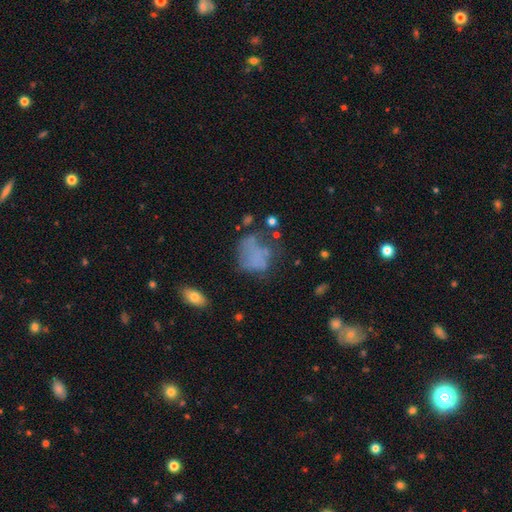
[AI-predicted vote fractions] smooth_or_featured: smooth (p=0.51) [alt: featured or disk p=0.32]
how_rounded: in between (p=0.53) [alt: round p=0.45]
merging: none (p=0.36) [alt: major disturbance p=0.34]